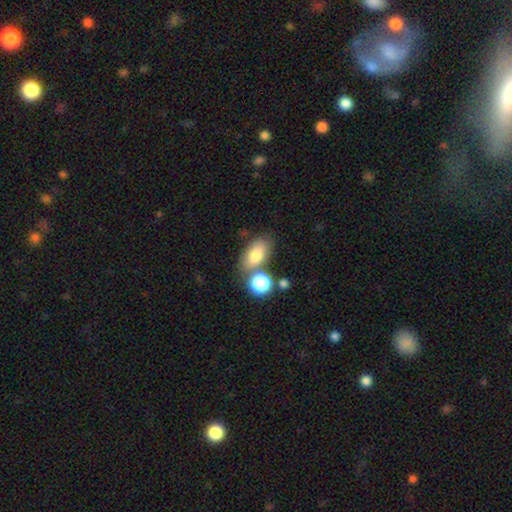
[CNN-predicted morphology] smooth 77%, featured or disk 14%, star or artifact 9%. Down the decision tree: how rounded — in between (86%); merging — none (57%).